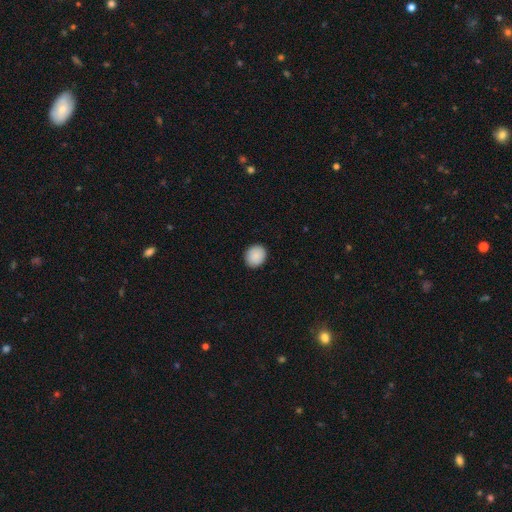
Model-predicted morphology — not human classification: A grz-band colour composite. It shows a smooth galaxy with no disk features (90%) that is round (75%). Merging: none (91%).